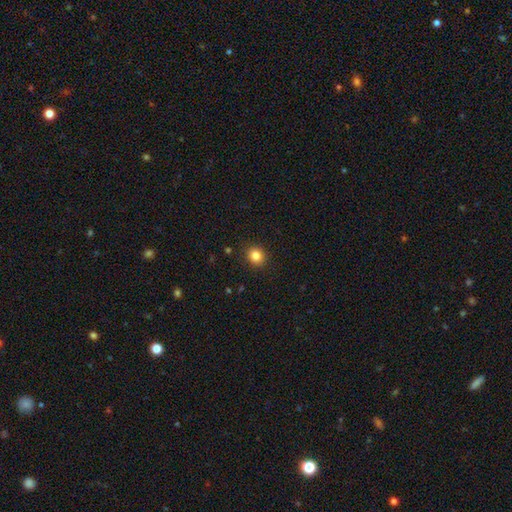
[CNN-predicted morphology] Smooth or featured: smooth — 83% (star or artifact — 11%)
How rounded: round — 87% (in between — 12%)
Merging: none — 91% (minor disturbance — 6%)